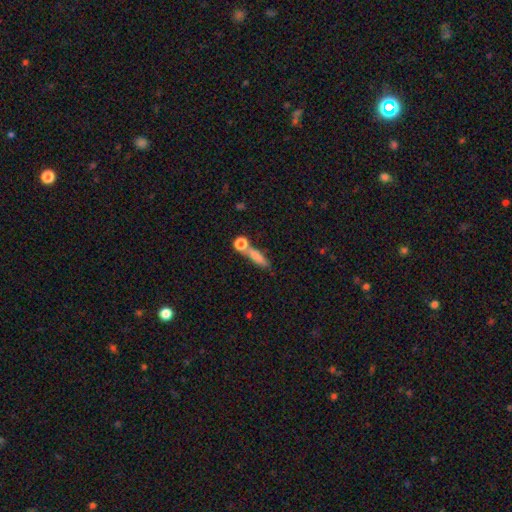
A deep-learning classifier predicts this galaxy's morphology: Smooth or featured: smooth — 70% (featured or disk — 19%)
How rounded: cigar-shaped — 59% (in between — 31%)
Merging: none — 49% (merger — 30%)